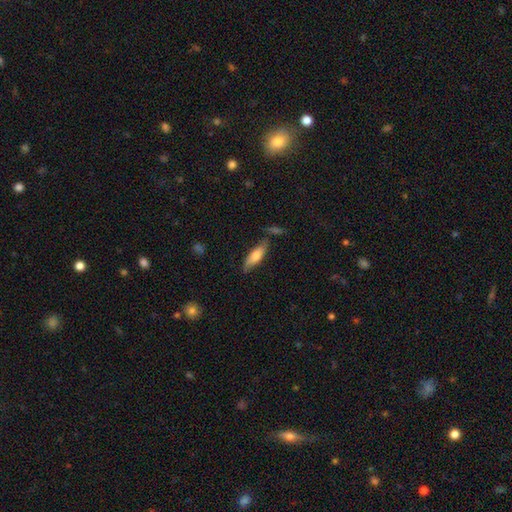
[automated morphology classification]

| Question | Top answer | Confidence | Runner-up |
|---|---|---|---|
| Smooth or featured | smooth | 65% | featured or disk (29%) |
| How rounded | in between | 49% | tied: cigar-shaped (49%) |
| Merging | none | 67% | minor disturbance (21%) |